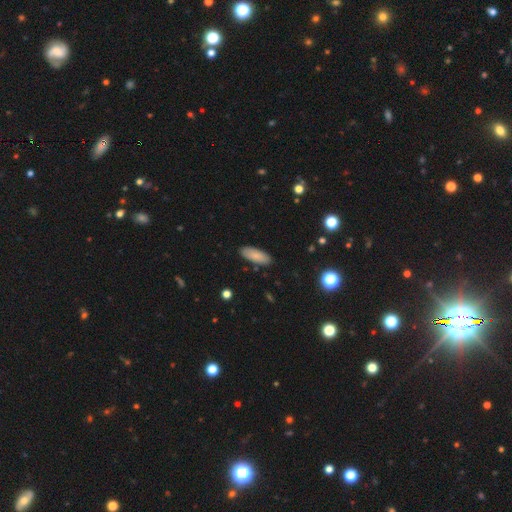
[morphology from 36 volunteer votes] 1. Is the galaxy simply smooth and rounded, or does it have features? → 89% smooth, 8% featured or disk, 3% star or artifact.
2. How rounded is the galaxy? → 78% in between, 22% cigar-shaped, 0% round.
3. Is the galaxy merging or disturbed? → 86% none, 14% minor disturbance, 0% major disturbance, 0% merger.